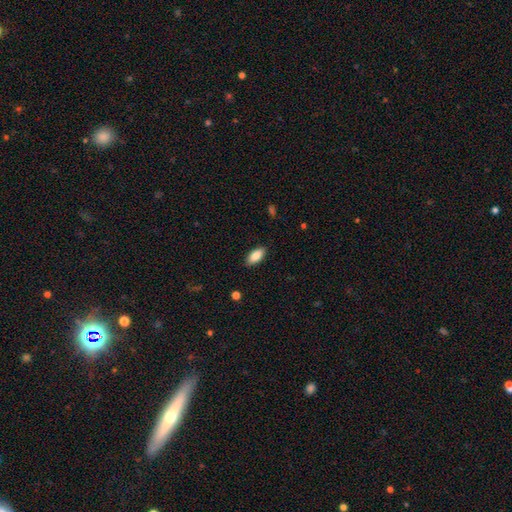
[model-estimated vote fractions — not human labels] This is clearly a smooth galaxy (84%). How rounded: clearly in between (88%). Merging: clearly none (88%).